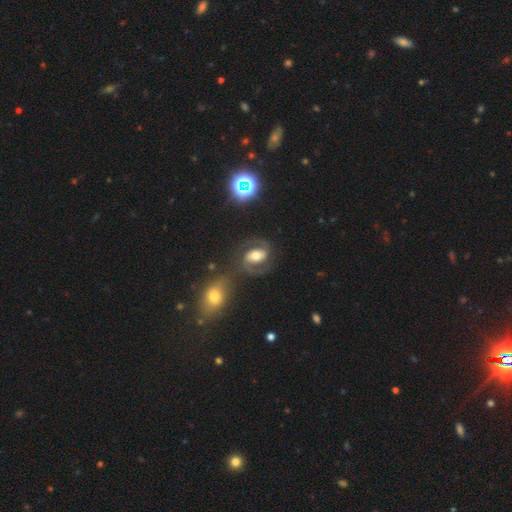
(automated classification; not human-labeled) featured or disk 79%, smooth 13%, star or artifact 7%. Down the decision tree: edge-on disk — no (97%); bar — strong (35%, tied with weak); spiral arms — yes (93%); spiral arm count — 2 (92%); spiral winding — medium (58%); bulge size — moderate (66%); merging — none (70%).